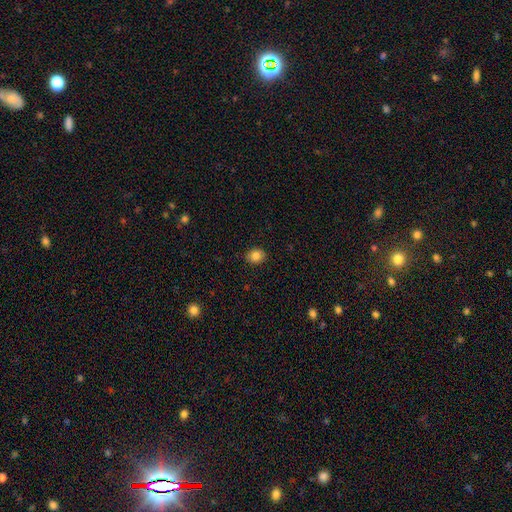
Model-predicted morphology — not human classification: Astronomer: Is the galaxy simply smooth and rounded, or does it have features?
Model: smooth — 84%.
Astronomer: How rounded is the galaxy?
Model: in between — 51% (runner-up: round, 48%).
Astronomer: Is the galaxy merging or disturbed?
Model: none — 89%.